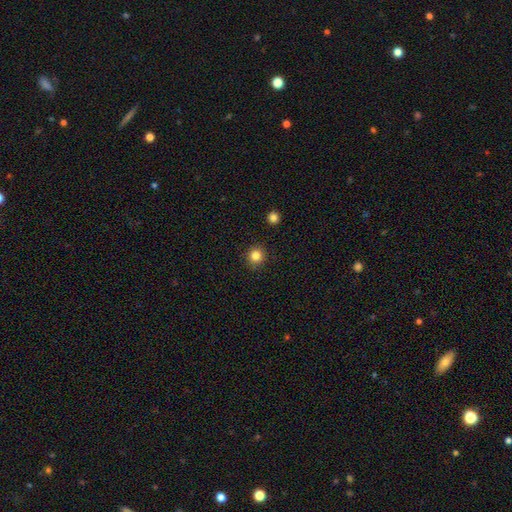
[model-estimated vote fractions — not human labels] Overall: smooth (83%). How rounded: round (90%). Merging: none (91%).